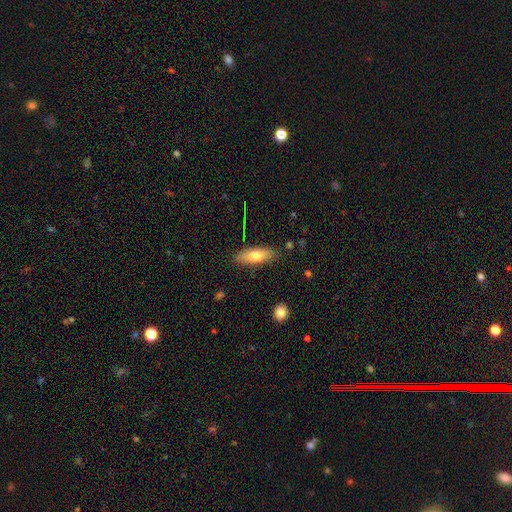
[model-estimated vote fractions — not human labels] This appears to be a smooth galaxy with no disk features (68%) that is in between round and cigar-shaped (60%). Merging: none (84%).